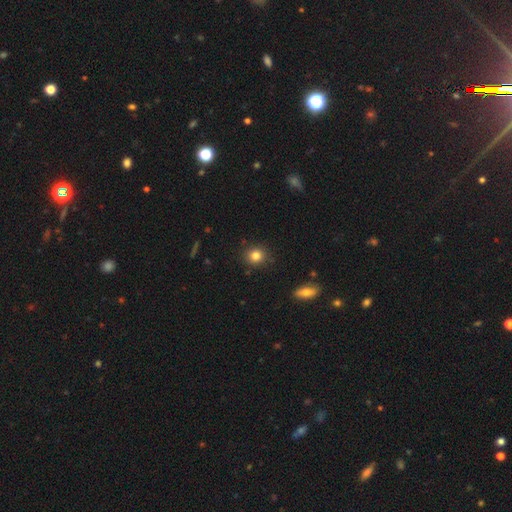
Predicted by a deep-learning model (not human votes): Smooth or featured: smooth — 82% (star or artifact — 11%)
How rounded: round — 84% (in between — 15%)
Merging: none — 89% (minor disturbance — 8%)